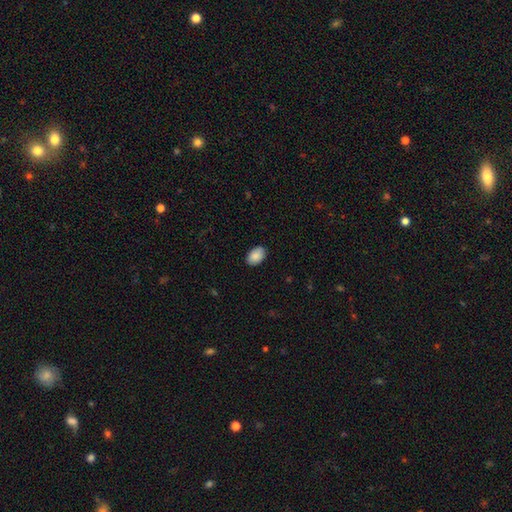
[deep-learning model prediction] Smooth or featured? Predicted: smooth (p=0.89). How rounded? Predicted: in between (p=0.90). Merging? Predicted: none (p=0.88).